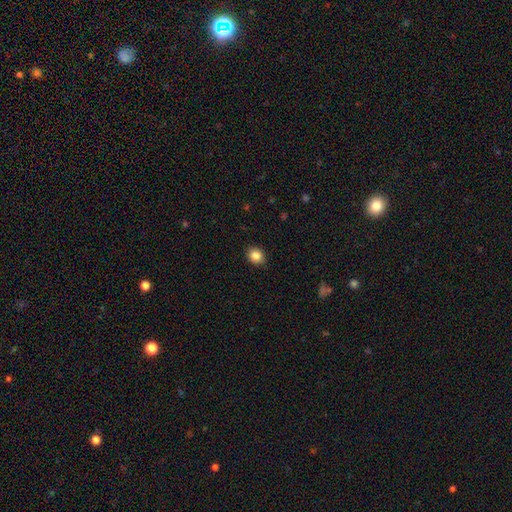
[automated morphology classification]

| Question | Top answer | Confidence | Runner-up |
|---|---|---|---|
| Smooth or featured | smooth | 84% | star or artifact (10%) |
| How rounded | round | 65% | in between (34%) |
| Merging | none | 89% | minor disturbance (9%) |